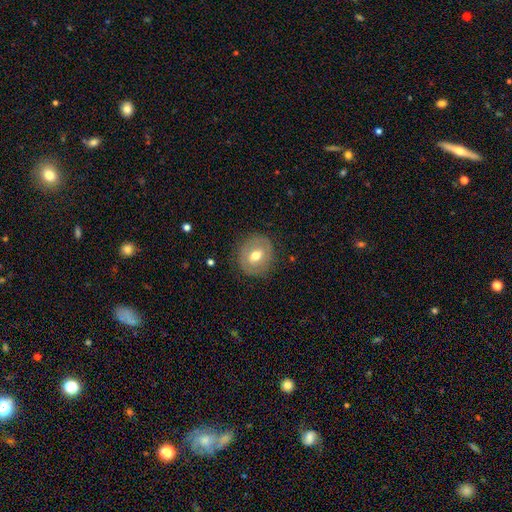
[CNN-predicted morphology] smooth-or-featured: smooth: 56% | featured or disk: 36% | star or artifact: 8%
  how-rounded: round: 78% | in between: 21% | cigar-shaped: 1%
  merging: none: 83% | minor disturbance: 12% | major disturbance: 4% | merger: 1%